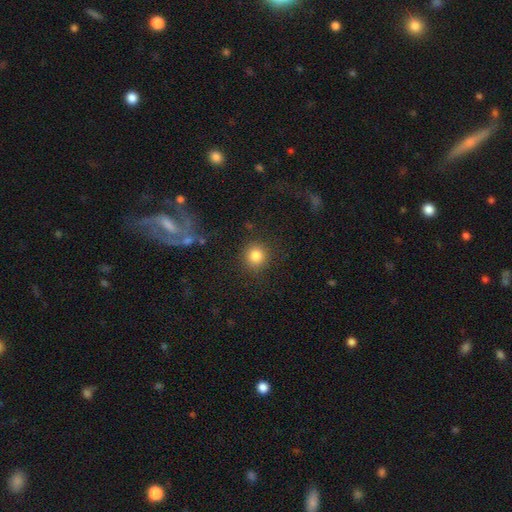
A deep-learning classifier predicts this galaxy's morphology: Smooth or featured?
  - smooth: 83% *
  - star or artifact: 11%
  - featured or disk: 6%
How rounded?
  - round: 91% *
  - in between: 8%
  - cigar-shaped: 1%
Merging?
  - none: 88% *
  - minor disturbance: 7%
  - major disturbance: 3%
  - merger: 2%